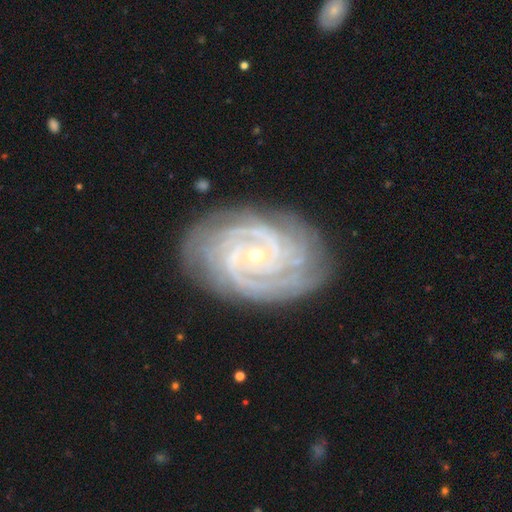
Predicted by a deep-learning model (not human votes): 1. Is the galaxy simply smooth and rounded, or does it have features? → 91% featured or disk, 5% star or artifact, 4% smooth.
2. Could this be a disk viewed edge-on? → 97% no, 3% yes.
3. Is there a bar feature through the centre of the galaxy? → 69% no, 23% weak, 9% strong.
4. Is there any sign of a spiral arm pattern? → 98% yes, 2% no.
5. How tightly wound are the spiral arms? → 79% tight, 19% medium, 2% loose.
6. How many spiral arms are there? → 28% 2, 24% 3, 17% 4, 16% can't tell, 9% more than 4, 7% 1.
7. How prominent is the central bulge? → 80% small, 17% moderate, 1% none, 1% large, 1% dominant.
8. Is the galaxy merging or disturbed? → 81% none, 14% minor disturbance, 4% major disturbance, 1% merger.